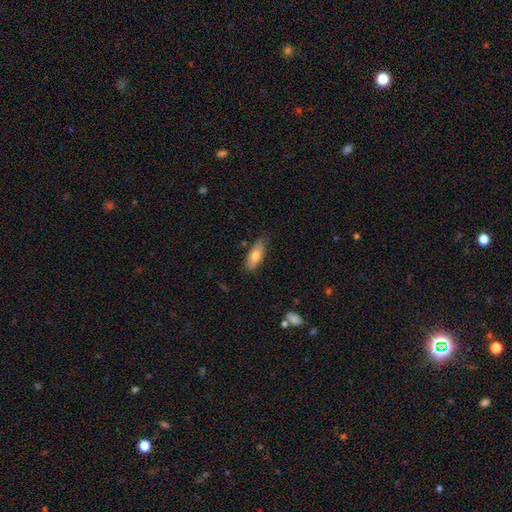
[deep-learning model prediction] This is likely a smooth galaxy (72%). How rounded: likely in between (75%). Merging: likely none (74%).